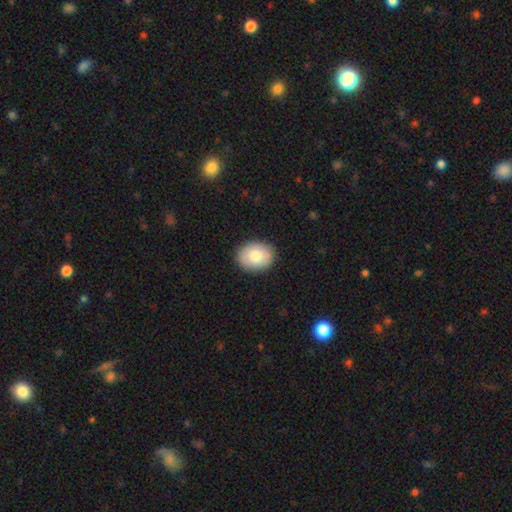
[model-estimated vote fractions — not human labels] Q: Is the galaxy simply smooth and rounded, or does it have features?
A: smooth — 79%.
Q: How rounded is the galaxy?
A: in between — 62%.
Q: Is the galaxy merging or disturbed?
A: none — 87%.